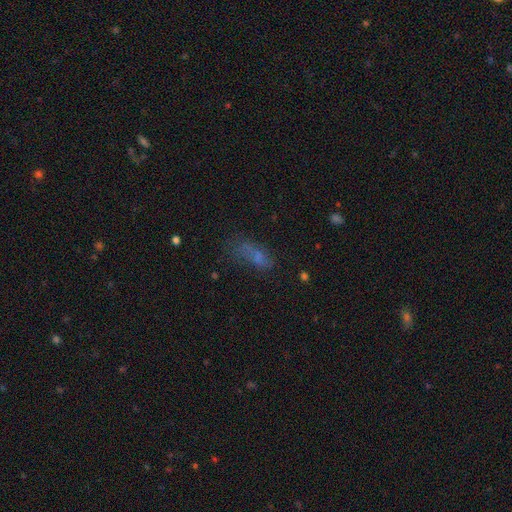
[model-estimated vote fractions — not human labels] A smooth galaxy with no disk features (58%) that is in between round and cigar-shaped (72%).

Vote fractions:
- Smooth or featured? smooth: 58% / featured or disk: 23% / star or artifact: 18%
- How rounded? in between: 72% / cigar-shaped: 23% / round: 6%
- Merging? none: 36% / major disturbance: 32% / minor disturbance: 25% / merger: 7%